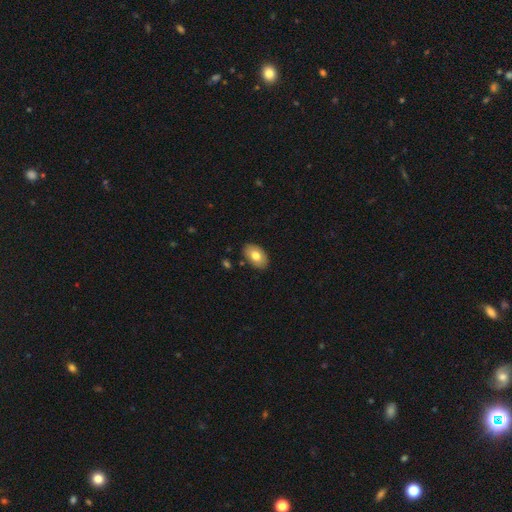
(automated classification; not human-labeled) Morphology: type=smooth (75%); roundness=in between (90%); merging=none (87%).